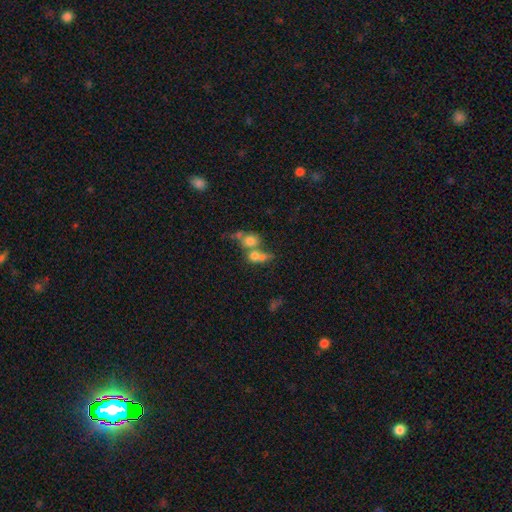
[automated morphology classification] A smooth galaxy with no disk features (66%) that is round (54%).

Vote fractions:
- Smooth or featured? smooth: 66% / featured or disk: 20% / star or artifact: 13%
- How rounded? round: 54% / in between: 42% / cigar-shaped: 4%
- Merging? merger: 62% / none: 23% / minor disturbance: 8% / major disturbance: 7%